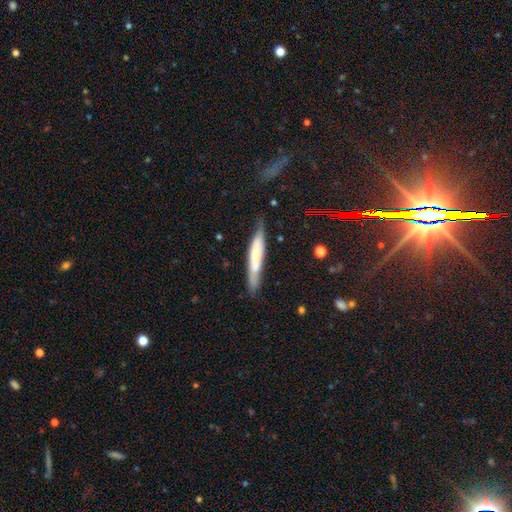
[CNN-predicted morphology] The model was most divided on "smooth or featured": smooth: 50%, featured or disk: 43%, star or artifact: 7%. More confident: how rounded — cigar-shaped (90%); merging — none (70%).